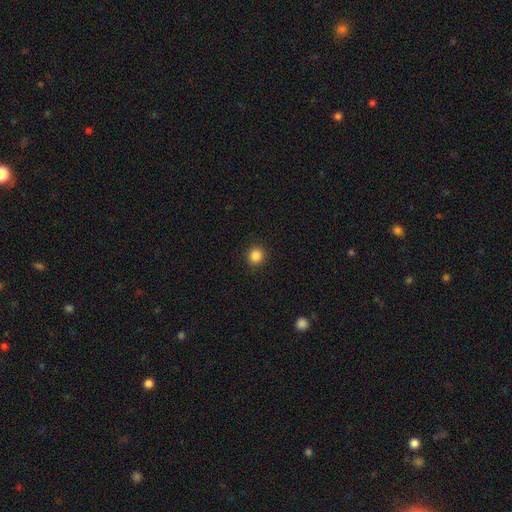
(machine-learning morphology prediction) smooth 86%, star or artifact 11%, featured or disk 3%. Down the decision tree: how rounded — round (93%); merging — none (92%).